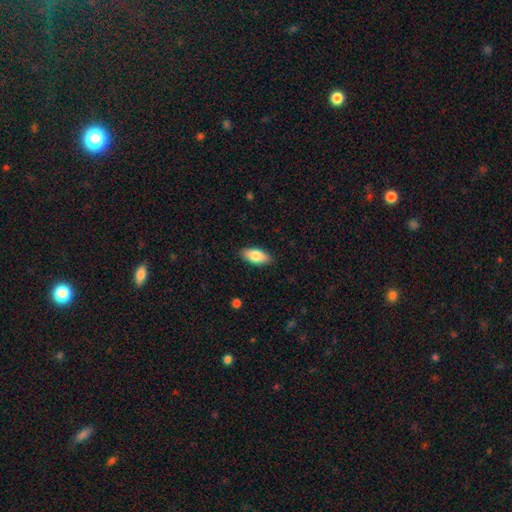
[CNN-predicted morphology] Q: Smooth or featured?
A: smooth (81%); runner-up: featured or disk (13%)
Q: How rounded?
A: in between (88%); runner-up: cigar-shaped (9%)
Q: Merging?
A: none (88%); runner-up: minor disturbance (9%)